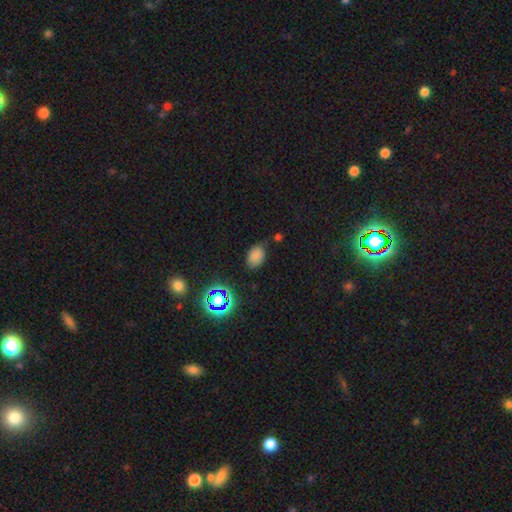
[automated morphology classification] A smooth galaxy with no disk features (74%) that is in between round and cigar-shaped (84%). Merging: none (75%).